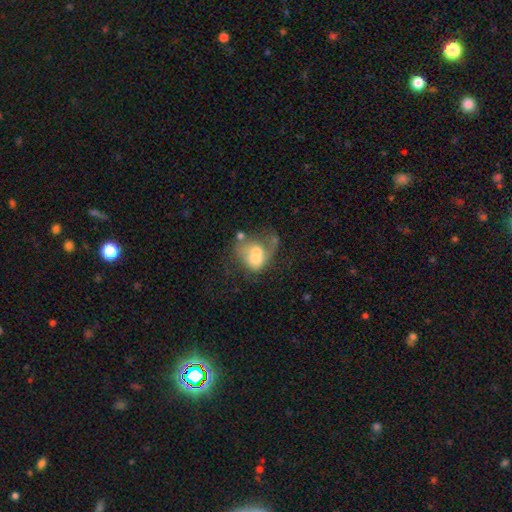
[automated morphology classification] This appears to be a smooth galaxy with no disk features (47%). Merging: merger (42%).